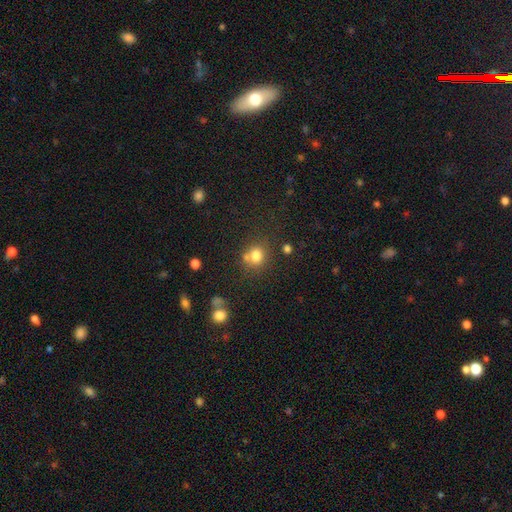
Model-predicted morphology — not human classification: type=smooth (78%); roundness=round (75%); merging=none (57%).